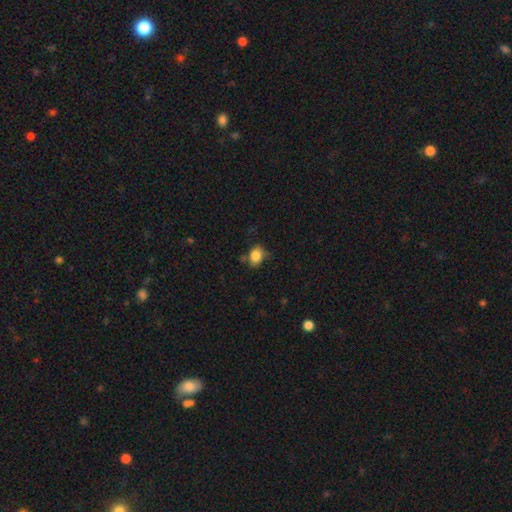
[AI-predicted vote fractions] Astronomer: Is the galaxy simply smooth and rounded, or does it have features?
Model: smooth — 83%.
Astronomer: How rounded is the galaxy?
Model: in between — 51% (runner-up: round, 48%).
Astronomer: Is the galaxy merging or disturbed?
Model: none — 63%.